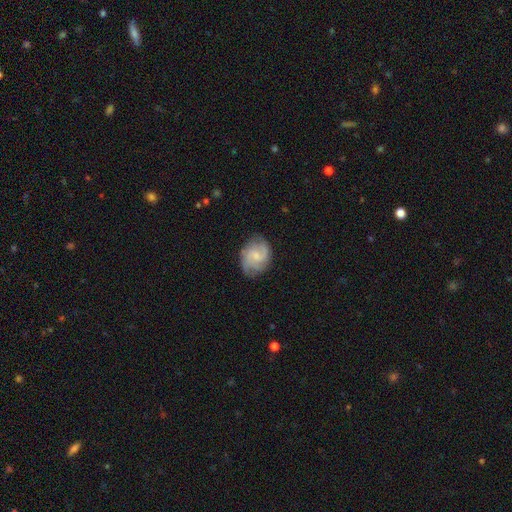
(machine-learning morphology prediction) smooth_or_featured: featured or disk (p=0.72) [alt: smooth p=0.22]
disk_edge_on: no (p=0.98) [alt: yes p=0.02]
bar: weak (p=0.48) [alt: no p=0.45]
has_spiral_arms: yes (p=0.94) [alt: no p=0.06]
spiral_winding: medium (p=0.49) [alt: tight p=0.31]
spiral_arm_count: 2 (p=0.60) [alt: can't tell p=0.15]
bulge_size: small (p=0.56) [alt: moderate p=0.31]
merging: none (p=0.73) [alt: minor disturbance p=0.19]